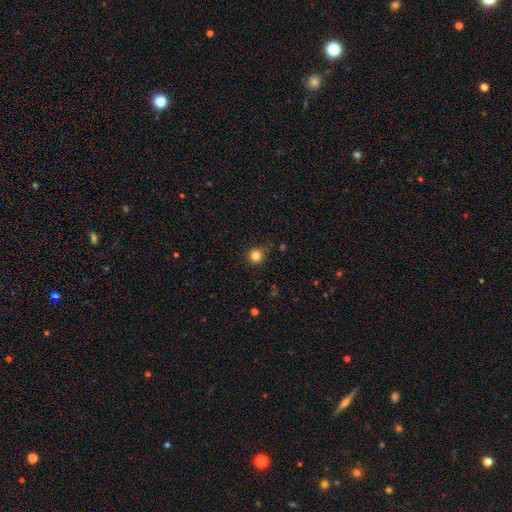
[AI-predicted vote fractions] Smooth or featured? Predicted: smooth (p=0.83). How rounded? Predicted: round (p=0.92). Merging? Predicted: none (p=0.75).